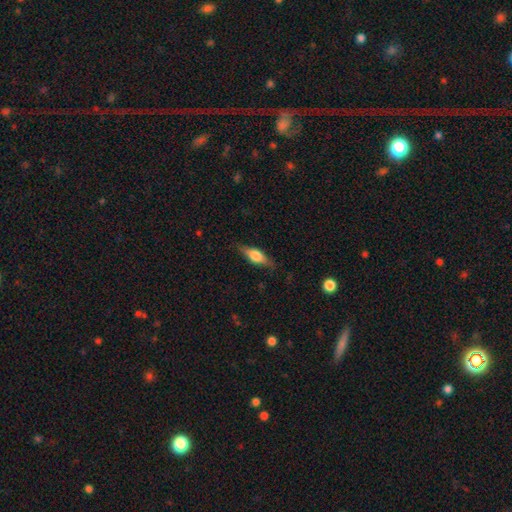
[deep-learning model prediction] smooth 48%, featured or disk 45%, star or artifact 7%. Down the decision tree: merging — none (78%).